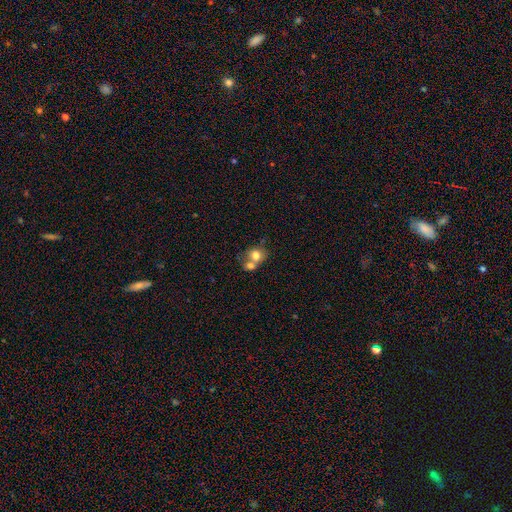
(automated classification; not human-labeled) The model was most divided on "merging": merger: 53%, none: 35%, minor disturbance: 8%, major disturbance: 4%. More confident: smooth or featured — smooth (75%); how rounded — round (70%).